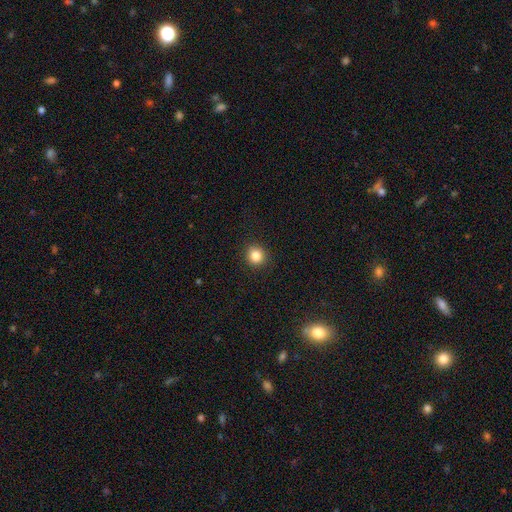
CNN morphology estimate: Overall: smooth (84%). How rounded: round (91%). Merging: none (92%).